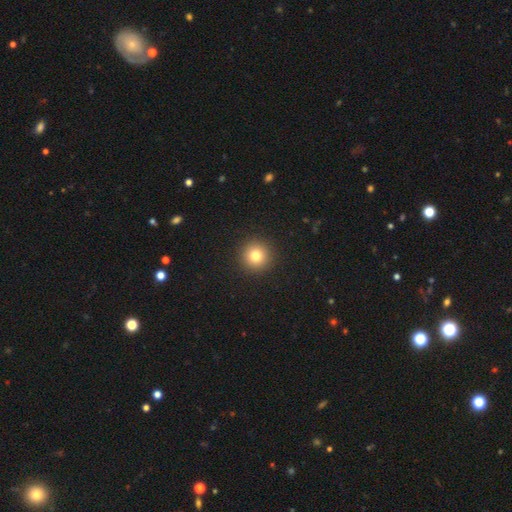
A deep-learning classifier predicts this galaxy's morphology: type=smooth (80%); roundness=round (95%); merging=none (93%).